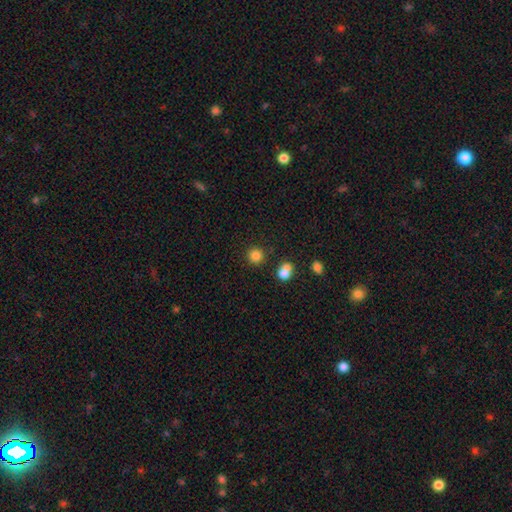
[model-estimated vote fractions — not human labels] Smooth or featured? Predicted: smooth (p=0.83). How rounded? Predicted: round (p=0.93). Merging? Predicted: none (p=0.82).